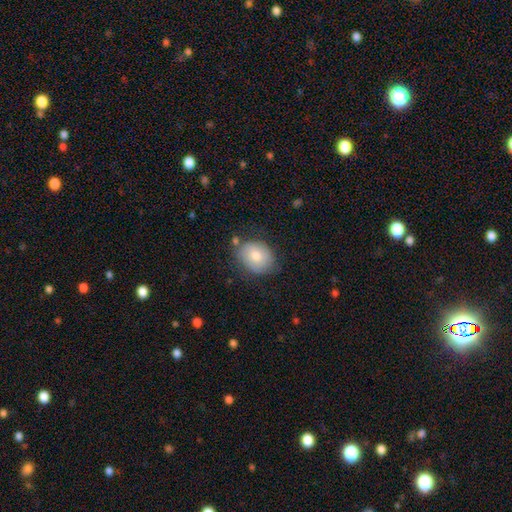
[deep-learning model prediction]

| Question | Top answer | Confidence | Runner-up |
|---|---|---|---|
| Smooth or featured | smooth | 74% | featured or disk (18%) |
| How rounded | in between | 57% | round (42%) |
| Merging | none | 73% | minor disturbance (20%) |